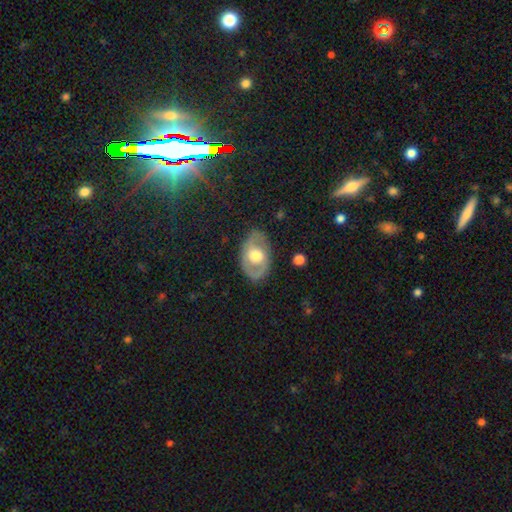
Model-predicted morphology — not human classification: A featured or disk galaxy (58%) with no bar (70%), no spiral arms (54%) and a moderate central bulge (59%). Merging: none (79%).